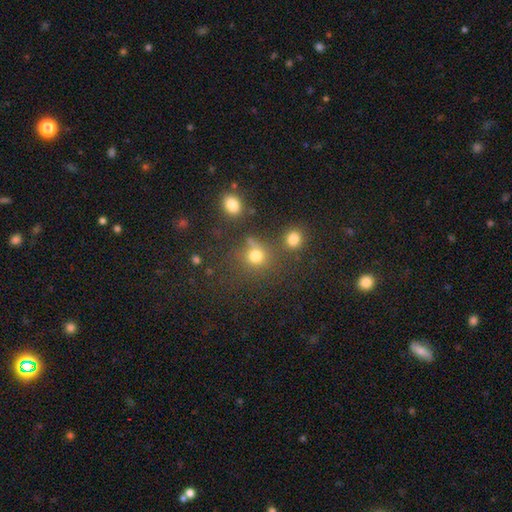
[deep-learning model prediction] Morphology: type=smooth (75%); roundness=round (83%); merging=none (64%).